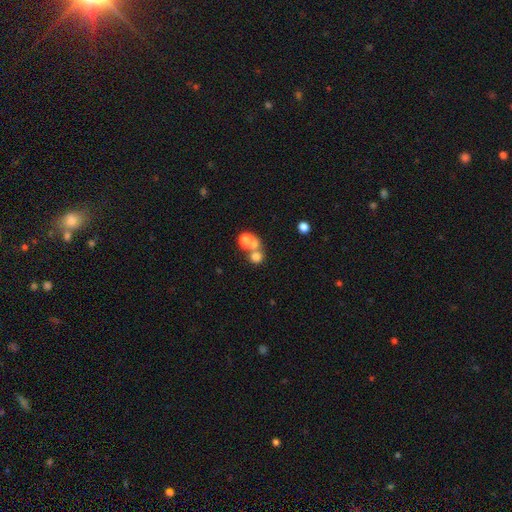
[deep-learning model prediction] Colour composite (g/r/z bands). It shows a smooth galaxy with no disk features (69%) that is round (83%). Merging: merger (47%).